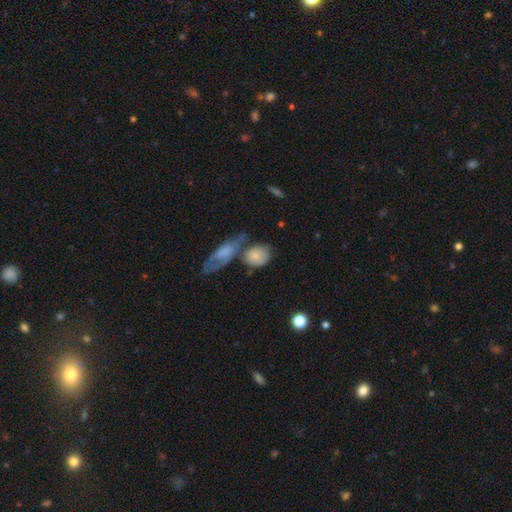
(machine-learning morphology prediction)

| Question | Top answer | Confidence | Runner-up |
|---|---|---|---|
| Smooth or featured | smooth | 78% | featured or disk (16%) |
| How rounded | in between | 53% | round (43%) |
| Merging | merger | 40% | none (37%) |